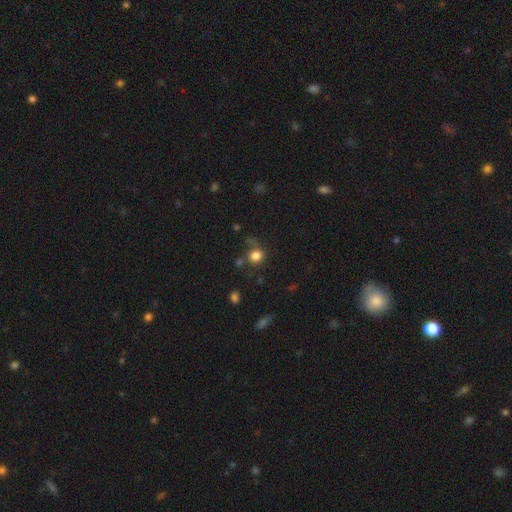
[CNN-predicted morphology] Smooth or featured? smooth (81%)
How rounded? round (81%)
Merging? none (59%)